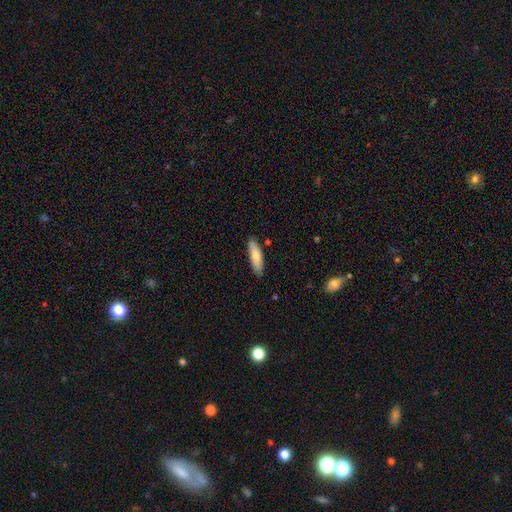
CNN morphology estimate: A smooth galaxy with no disk features (81%) that is cigar-shaped (53%).

Vote fractions:
- Smooth or featured? smooth: 81% / featured or disk: 13% / star or artifact: 6%
- How rounded? cigar-shaped: 53% / in between: 45% / round: 2%
- Merging? none: 85% / minor disturbance: 12% / major disturbance: 2% / merger: 2%